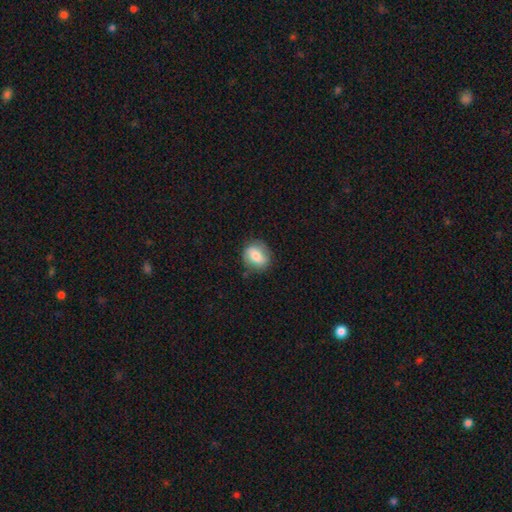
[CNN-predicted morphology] Q: Smooth or featured?
A: smooth (71%); runner-up: featured or disk (21%)
Q: How rounded?
A: round (59%); runner-up: in between (40%)
Q: Merging?
A: none (78%); runner-up: minor disturbance (16%)